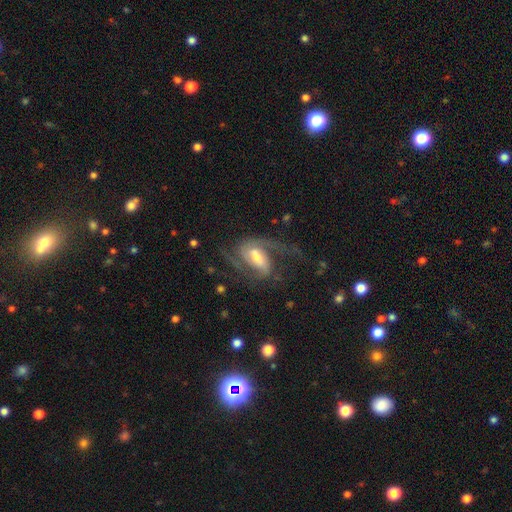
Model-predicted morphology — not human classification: Smooth or featured: featured or disk — 85% (smooth — 9%)
Edge-on disk: no — 97% (yes — 3%)
Bar: weak — 46% (strong — 30%)
Spiral arms: yes — 96% (no — 4%)
Spiral winding: medium — 48% (loose — 36%)
Spiral arm count: 2 — 64% (3 — 14%)
Bulge size: moderate — 48% (small — 32%)
Merging: none — 53% (major disturbance — 28%)